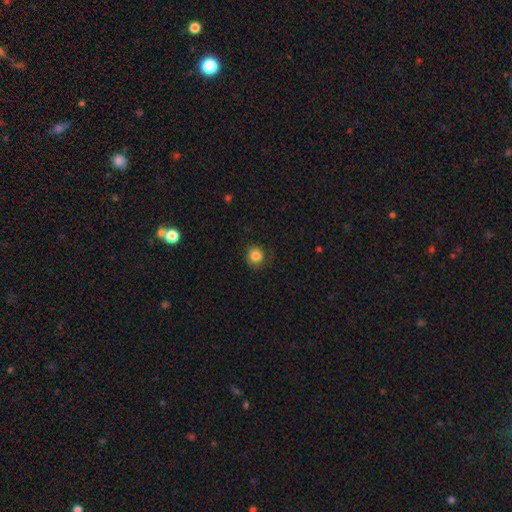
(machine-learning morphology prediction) Smooth or featured: smooth — 84% (star or artifact — 11%)
How rounded: round — 90% (in between — 9%)
Merging: none — 81% (minor disturbance — 13%)